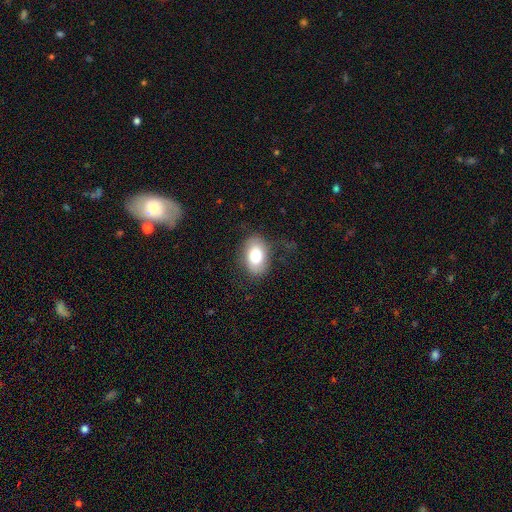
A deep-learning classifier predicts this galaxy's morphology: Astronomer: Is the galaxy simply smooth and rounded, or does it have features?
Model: smooth — 75%.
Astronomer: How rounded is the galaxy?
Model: in between — 84%.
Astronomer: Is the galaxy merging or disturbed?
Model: none — 74%.